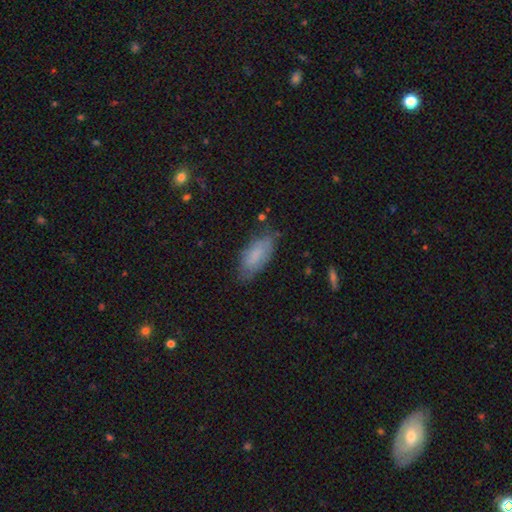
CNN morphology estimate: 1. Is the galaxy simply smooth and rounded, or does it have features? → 78% smooth, 15% featured or disk, 7% star or artifact.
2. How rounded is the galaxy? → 85% in between, 13% cigar-shaped, 2% round.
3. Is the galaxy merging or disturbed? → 70% none, 23% minor disturbance, 5% major disturbance, 2% merger.